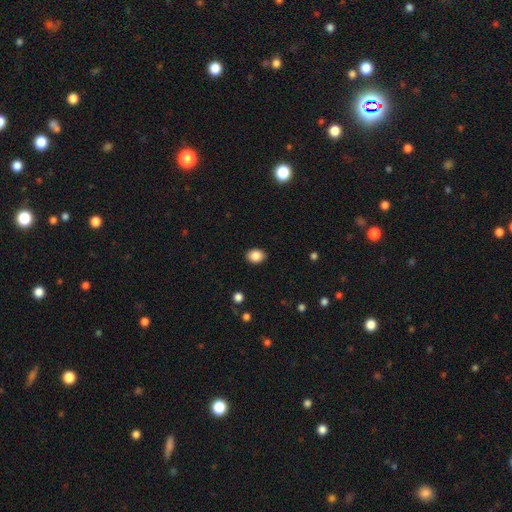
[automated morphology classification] This is clearly a smooth galaxy (87%). How rounded: possibly in between (55%). Merging: clearly none (90%).